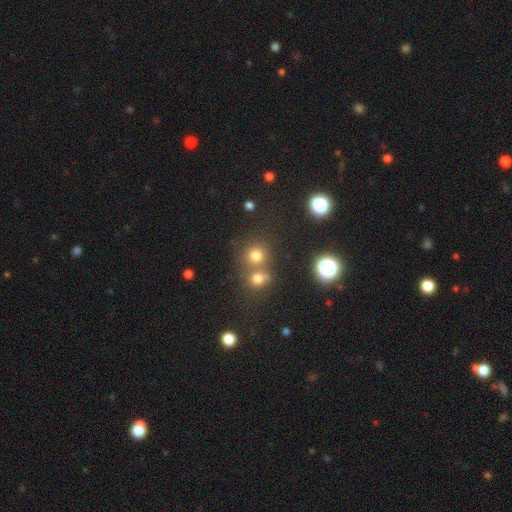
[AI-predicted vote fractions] The model was most divided on "merging": none: 57%, merger: 33%, minor disturbance: 7%, major disturbance: 3%. More confident: how rounded — round (89%); smooth or featured — smooth (72%).